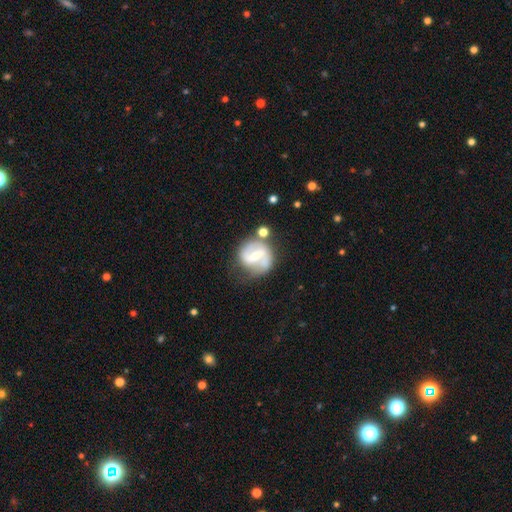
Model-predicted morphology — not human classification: smooth-or-featured: featured or disk: 72% | smooth: 21% | star or artifact: 7%
  disk-edge-on: no: 97% | yes: 3%
    bar: strong: 47% | weak: 38% | no: 15%
    has-spiral-arms: yes: 81% | no: 19%
      spiral-winding: medium: 42% | loose: 39% | tight: 19%
      spiral-arm-count: 2: 82% | can't tell: 9% | 1: 5% | 3: 1% | 4: 1% | more than 4: 1%
    bulge-size: small: 53% | moderate: 40% | none: 4% | large: 2% | dominant: 1%
  merging: none: 62% | minor disturbance: 19% | merger: 11% | major disturbance: 9%